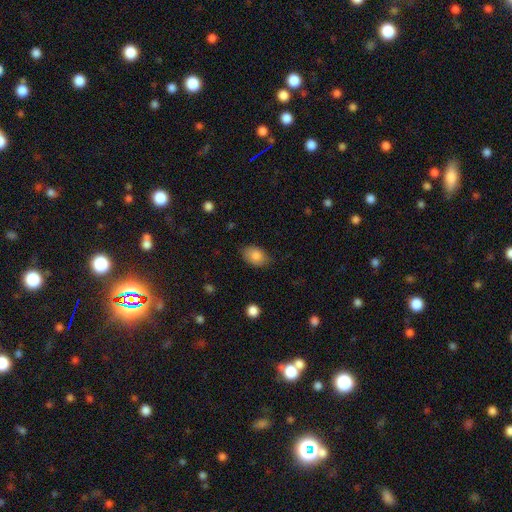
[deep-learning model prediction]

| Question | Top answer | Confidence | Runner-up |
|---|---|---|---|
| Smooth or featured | smooth | 85% | star or artifact (8%) |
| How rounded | in between | 81% | round (18%) |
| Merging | none | 77% | minor disturbance (19%) |